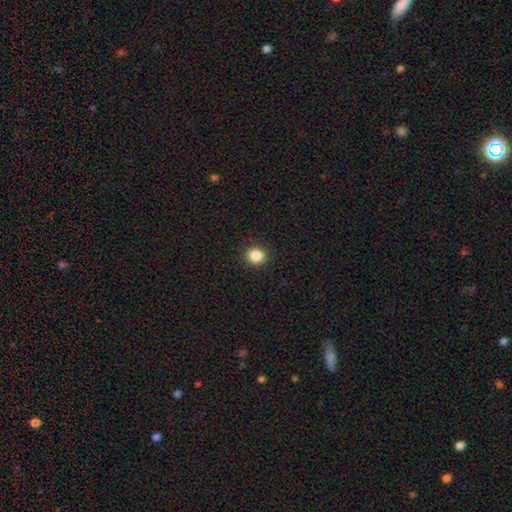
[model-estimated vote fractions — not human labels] This is clearly a smooth galaxy (87%). How rounded: likely round (76%). Merging: clearly none (91%).